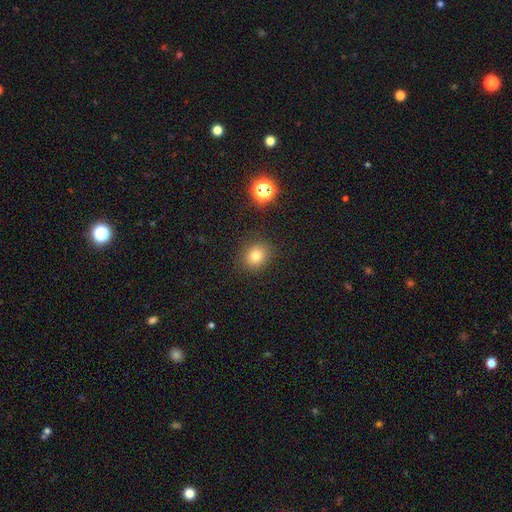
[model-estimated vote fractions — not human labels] smooth_or_featured: smooth (p=0.77) [alt: star or artifact p=0.15]
how_rounded: round (p=0.74) [alt: in between p=0.25]
merging: none (p=0.87) [alt: minor disturbance p=0.08]